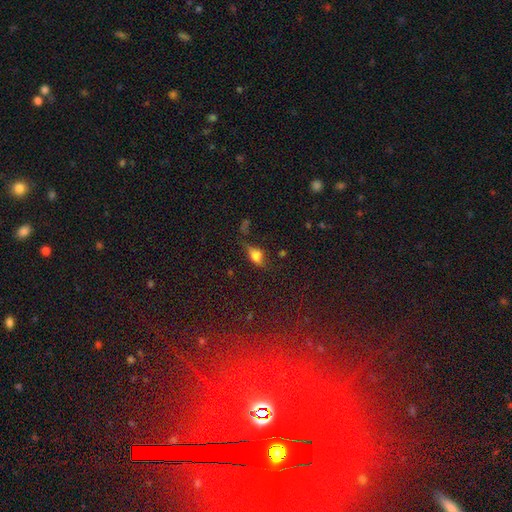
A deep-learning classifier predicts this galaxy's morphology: smooth 60%, featured or disk 24%, star or artifact 17%. Down the decision tree: how rounded — in between (74%); merging — none (42%).